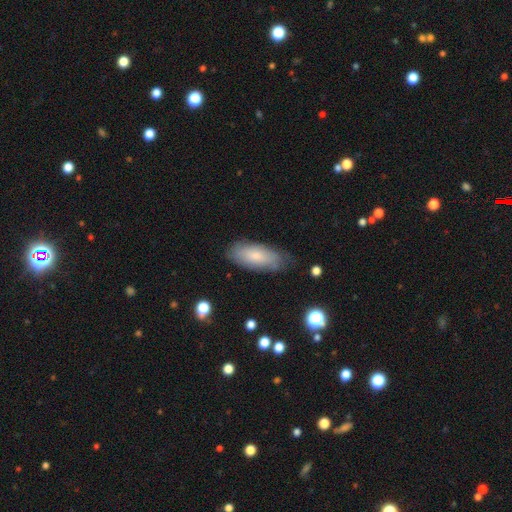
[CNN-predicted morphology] A smooth galaxy with no disk features (68%) that is in between round and cigar-shaped (81%). Merging: none (74%).